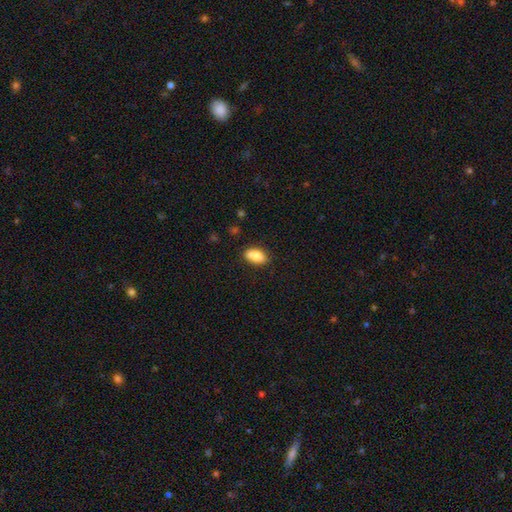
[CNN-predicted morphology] The model was most divided on "merging": none: 70%, minor disturbance: 18%, merger: 8%, major disturbance: 4%. More confident: how rounded — in between (89%); smooth or featured — smooth (81%).